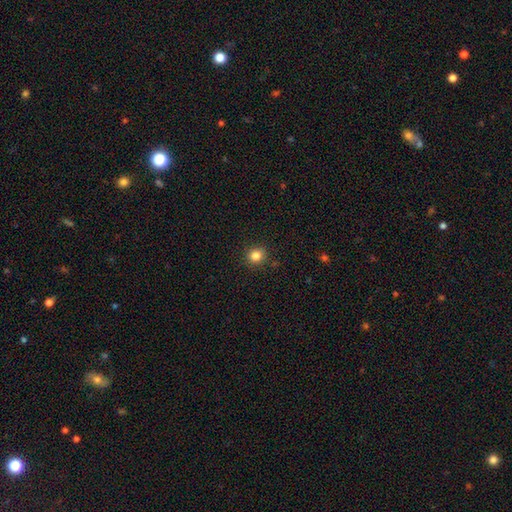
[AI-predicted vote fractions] Smooth or featured? smooth (83%)
How rounded? round (82%)
Merging? none (89%)